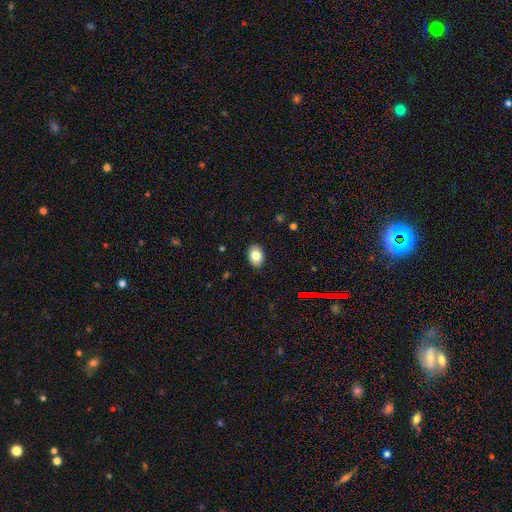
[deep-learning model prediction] Smooth or featured: smooth — 83% (star or artifact — 9%)
How rounded: in between — 81% (round — 18%)
Merging: none — 90% (minor disturbance — 8%)